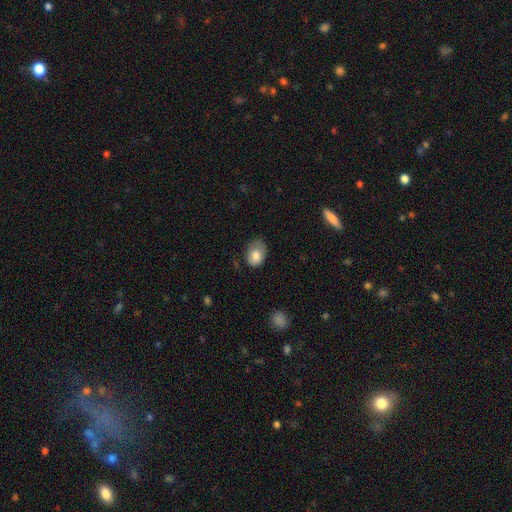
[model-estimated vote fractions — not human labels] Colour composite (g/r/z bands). It shows a smooth galaxy with no disk features (80%) that is in between round and cigar-shaped (73%). Merging: none (50%).